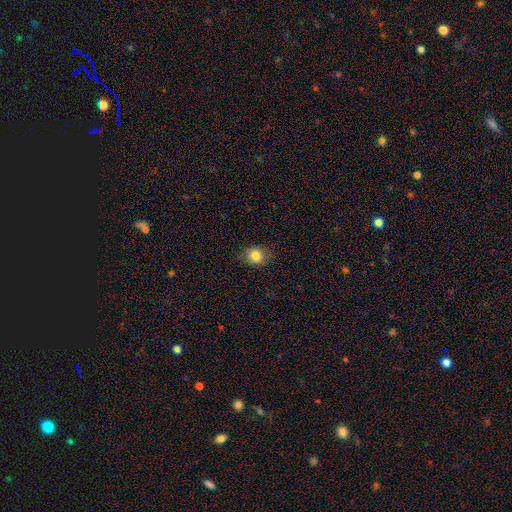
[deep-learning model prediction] This appears to be a smooth galaxy with no disk features (82%) that is round (67%). Merging: none (82%).